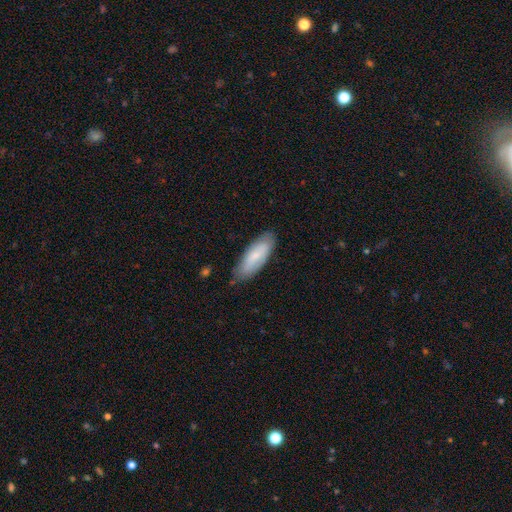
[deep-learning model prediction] smooth_or_featured: smooth (p=0.69) [alt: featured or disk p=0.25]
how_rounded: in between (p=0.70) [alt: cigar-shaped p=0.28]
merging: none (p=0.80) [alt: minor disturbance p=0.15]